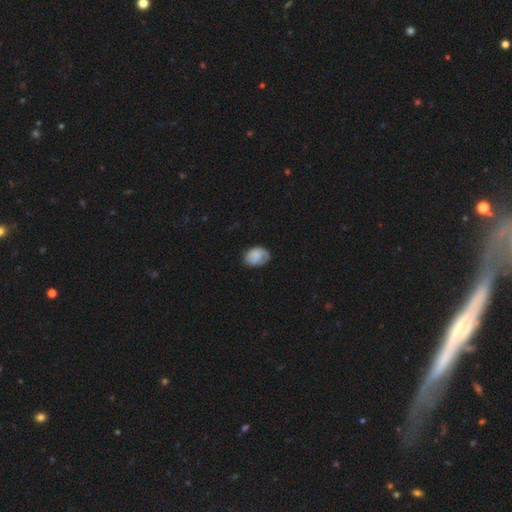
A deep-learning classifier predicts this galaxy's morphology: smooth_or_featured: smooth (p=0.71) [alt: featured or disk p=0.21]
how_rounded: in between (p=0.73) [alt: round p=0.26]
merging: none (p=0.63) [alt: minor disturbance p=0.27]